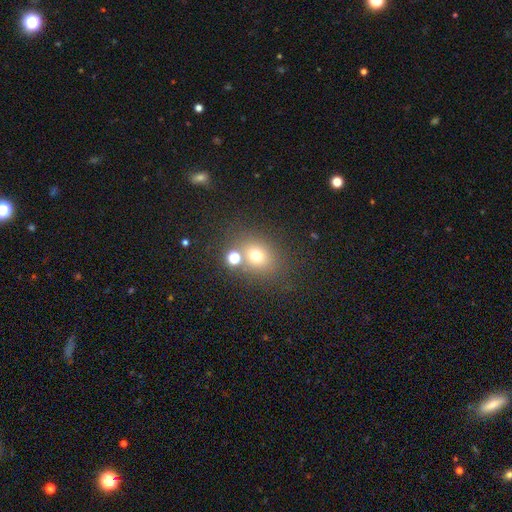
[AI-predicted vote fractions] A smooth galaxy with no disk features (67%) that is round (69%). Merging: none (65%).